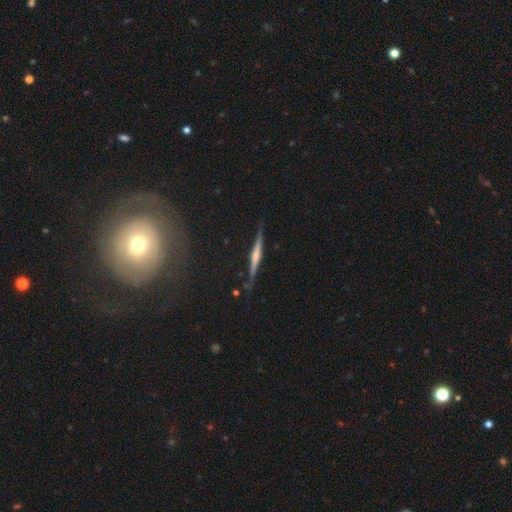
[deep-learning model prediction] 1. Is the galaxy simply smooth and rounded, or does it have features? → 67% featured or disk, 24% smooth, 9% star or artifact.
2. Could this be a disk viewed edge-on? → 97% yes, 3% no.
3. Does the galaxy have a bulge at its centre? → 62% rounded, 21% none, 17% boxy.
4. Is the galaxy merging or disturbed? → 83% none, 12% minor disturbance, 3% major disturbance, 2% merger.